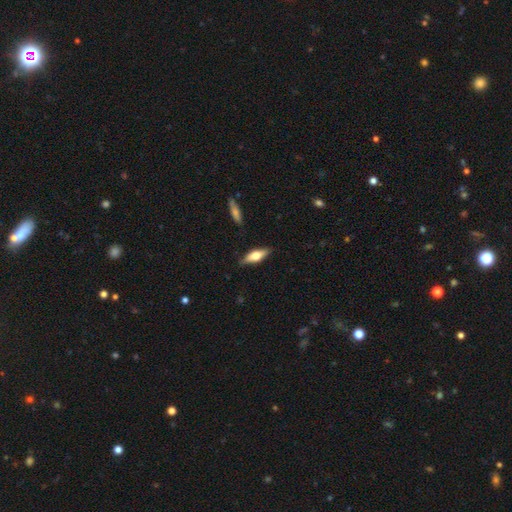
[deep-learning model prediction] Overall: smooth (51%; featured or disk 42%). How rounded: in between (61%; cigar-shaped 36%). Merging: none (84%).